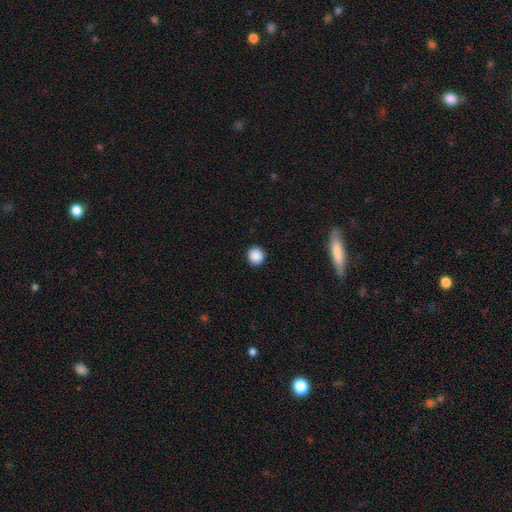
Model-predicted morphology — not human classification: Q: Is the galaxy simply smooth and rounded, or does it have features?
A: smooth — 89%.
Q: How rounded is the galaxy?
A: round — 93%.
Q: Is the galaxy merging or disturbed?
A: none — 92%.